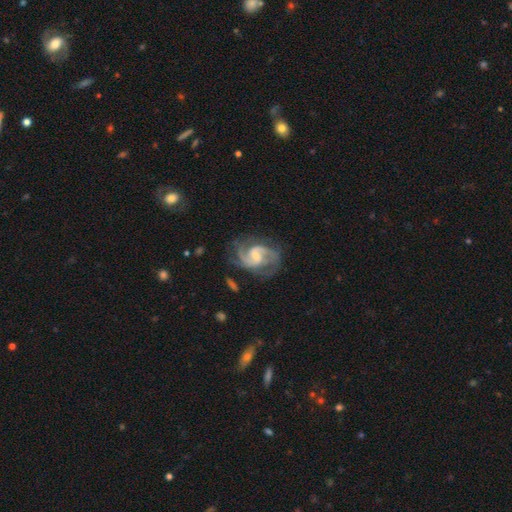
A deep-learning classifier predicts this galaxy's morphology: The model was most divided on "bulge size": small: 54%, moderate: 34%, none: 8%, large: 3%, dominant: 1%. More confident: edge-on disk — no (98%); spiral arms — yes (98%); smooth or featured — featured or disk (90%); merging — none (67%); spiral arm count — 2 (60%); spiral winding — medium (57%); bar — weak (53%).